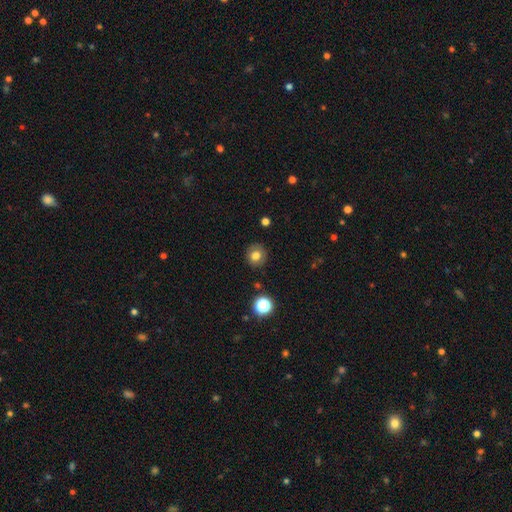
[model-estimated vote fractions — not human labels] A smooth galaxy with no disk features (78%) that is round (90%).

Vote fractions:
- Smooth or featured? smooth: 78% / star or artifact: 12% / featured or disk: 10%
- How rounded? round: 90% / in between: 9% / cigar-shaped: 1%
- Merging? none: 89% / minor disturbance: 8% / major disturbance: 2% / merger: 2%